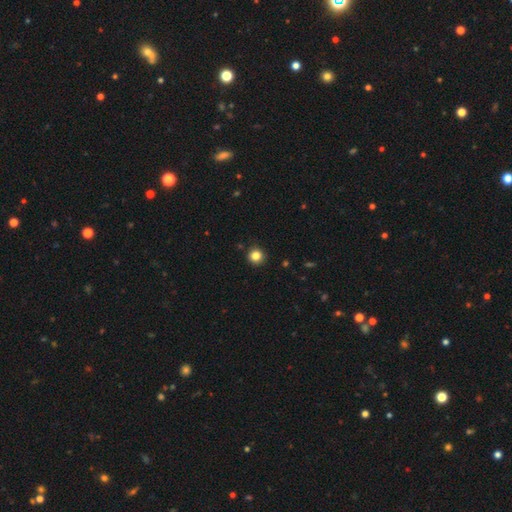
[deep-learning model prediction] A smooth galaxy with no disk features (83%) that is round (94%). Merging: none (92%).